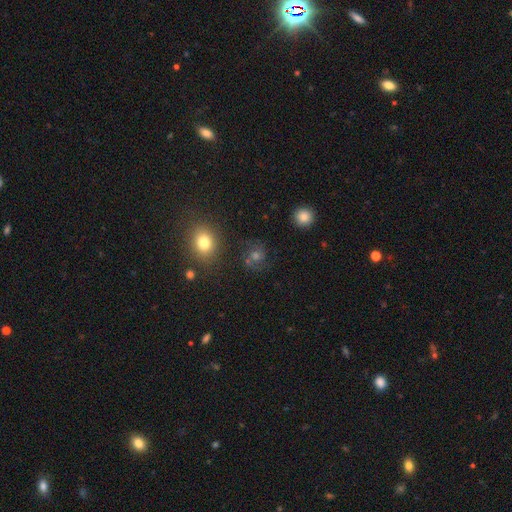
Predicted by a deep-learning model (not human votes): The model was most divided on "smooth or featured": smooth: 38%, featured or disk: 35%, star or artifact: 28%. More confident: merging — none (73%).